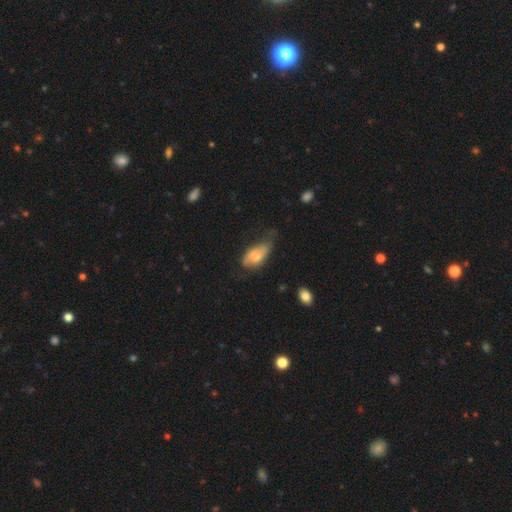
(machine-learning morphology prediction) Smooth or featured?
  - smooth: 63% *
  - featured or disk: 30%
  - star or artifact: 7%
How rounded?
  - in between: 89% *
  - cigar-shaped: 7%
  - round: 4%
Merging?
  - minor disturbance: 40% *
  - none: 34%
  - major disturbance: 22%
  - merger: 4%